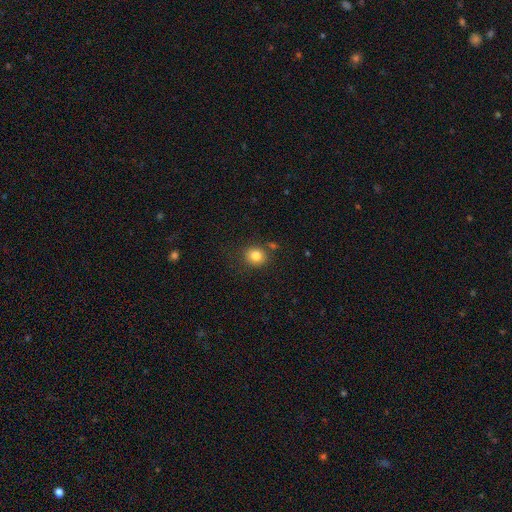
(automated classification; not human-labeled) A smooth galaxy with no disk features (83%) that is round (83%).

Vote fractions:
- Smooth or featured? smooth: 83% / star or artifact: 11% / featured or disk: 7%
- How rounded? round: 83% / in between: 17% / cigar-shaped: 1%
- Merging? none: 81% / minor disturbance: 10% / merger: 6% / major disturbance: 3%